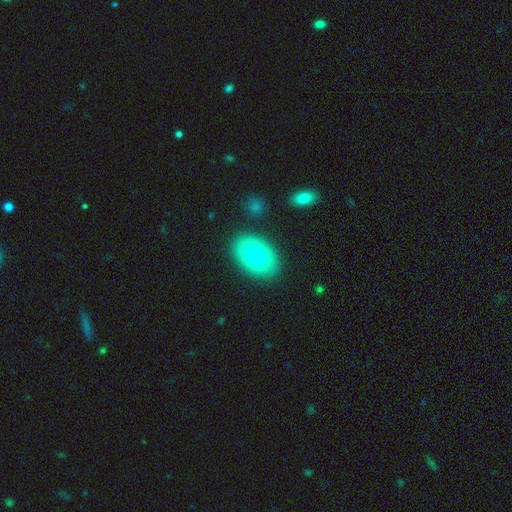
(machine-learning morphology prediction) A smooth galaxy with no disk features (70%) that is in between round and cigar-shaped (83%).

Vote fractions:
- Smooth or featured? smooth: 70% / featured or disk: 21% / star or artifact: 9%
- How rounded? in between: 83% / round: 16% / cigar-shaped: 1%
- Merging? none: 86% / minor disturbance: 9% / major disturbance: 3% / merger: 2%